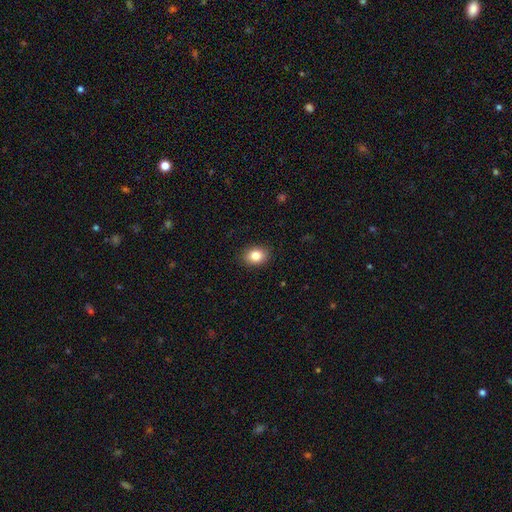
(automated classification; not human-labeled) The model was most divided on "how rounded": in between: 64%, round: 35%, cigar-shaped: 1%. More confident: merging — none (89%); smooth or featured — smooth (84%).